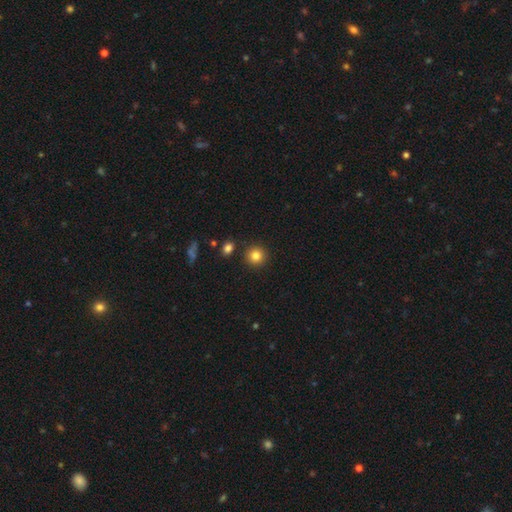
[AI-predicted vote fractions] Q: Smooth or featured?
A: smooth (84%); runner-up: star or artifact (11%)
Q: How rounded?
A: round (93%); runner-up: in between (6%)
Q: Merging?
A: none (88%); runner-up: minor disturbance (6%)